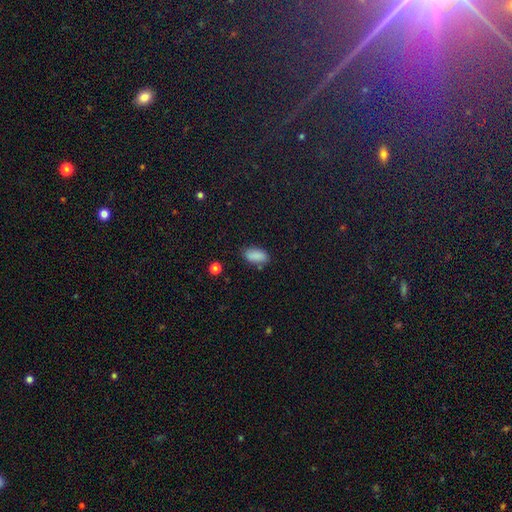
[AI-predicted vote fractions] Smooth or featured? Predicted: smooth (p=0.87). How rounded? Predicted: in between (p=0.92). Merging? Predicted: none (p=0.80).